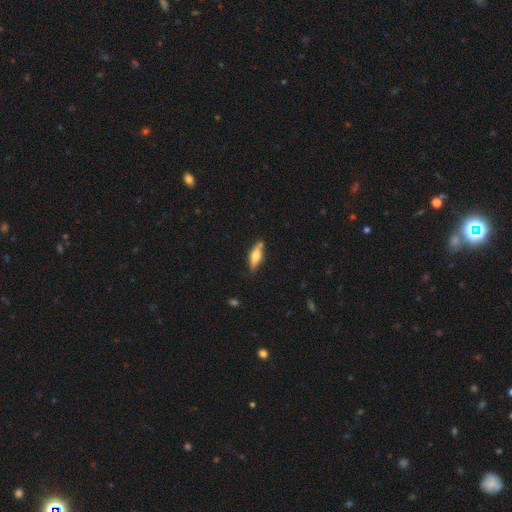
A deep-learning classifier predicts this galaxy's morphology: type=smooth (48%); merging=none (78%).